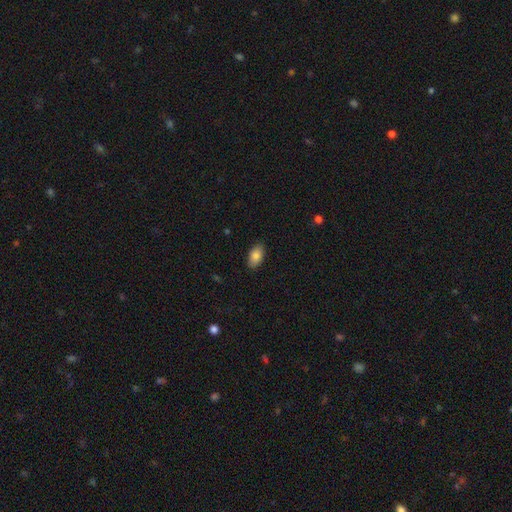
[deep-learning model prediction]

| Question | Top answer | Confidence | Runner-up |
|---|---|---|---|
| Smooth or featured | smooth | 84% | featured or disk (8%) |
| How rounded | in between | 93% | round (4%) |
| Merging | none | 88% | minor disturbance (10%) |